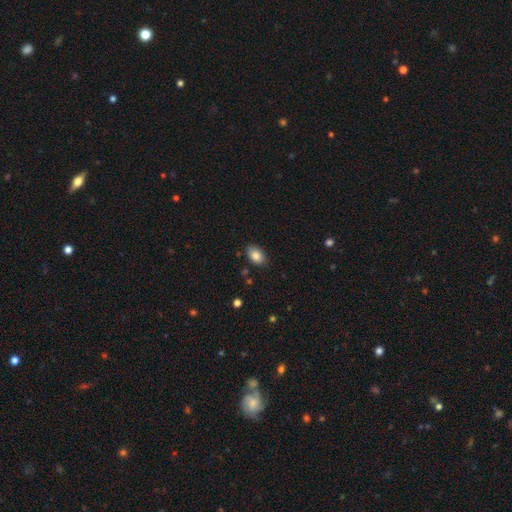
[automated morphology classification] The model was most divided on "merging": none: 85%, minor disturbance: 11%, major disturbance: 2%, merger: 1%. More confident: how rounded — in between (87%); smooth or featured — smooth (85%).